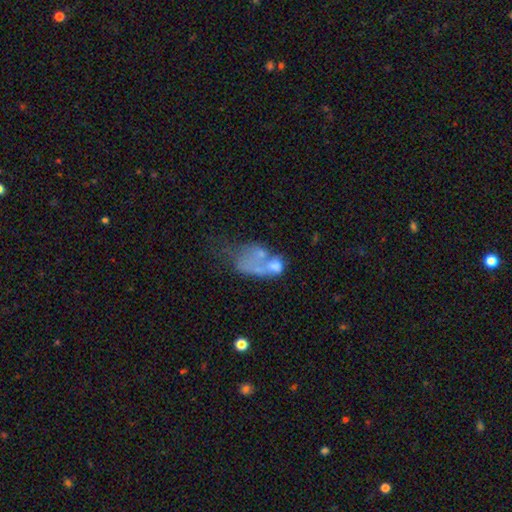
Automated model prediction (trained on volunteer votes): A smooth galaxy with no disk features (46%).

Vote fractions:
- Smooth or featured? smooth: 46% / featured or disk: 41% / star or artifact: 13%
- Merging? merger: 45% / major disturbance: 31% / none: 14% / minor disturbance: 10%